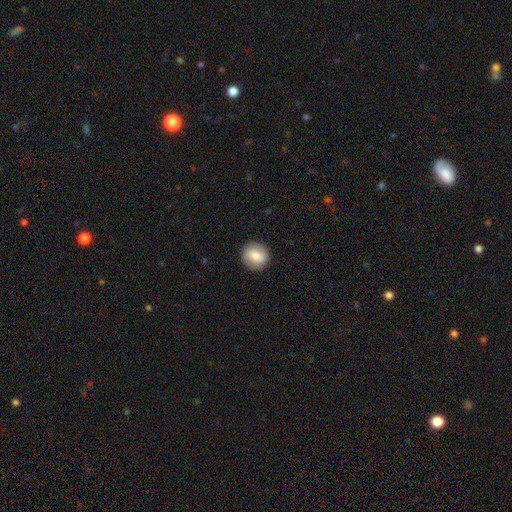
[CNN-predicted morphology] Smooth or featured: smooth — 68% (featured or disk — 25%)
How rounded: round — 87% (in between — 12%)
Merging: none — 89% (minor disturbance — 7%)